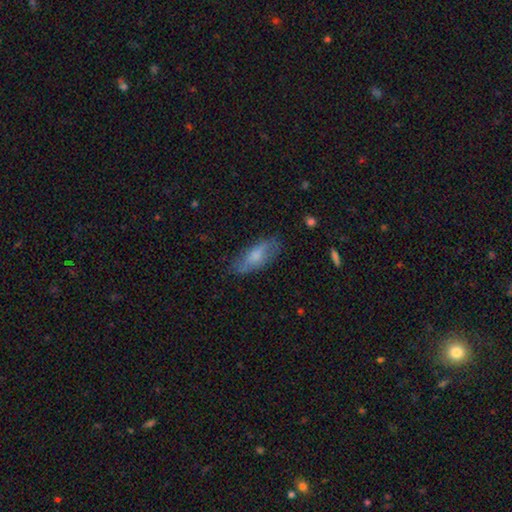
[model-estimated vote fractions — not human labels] Smooth or featured?
  - smooth: 64% *
  - featured or disk: 29%
  - star or artifact: 7%
How rounded?
  - in between: 74% *
  - cigar-shaped: 24%
  - round: 2%
Merging?
  - none: 69% *
  - minor disturbance: 22%
  - major disturbance: 7%
  - merger: 2%